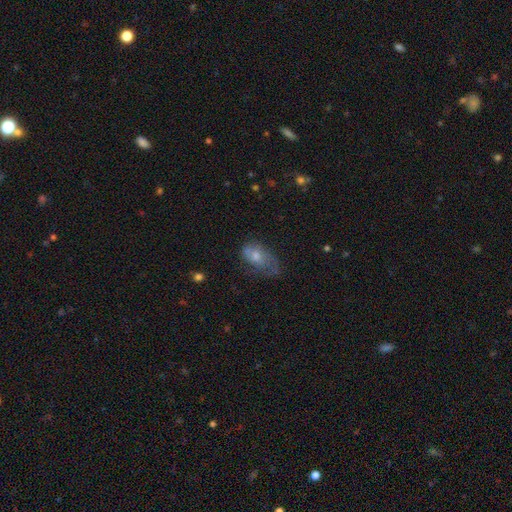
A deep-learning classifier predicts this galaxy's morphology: A featured or disk galaxy (46%).

Vote fractions:
- Smooth or featured? featured or disk: 46% / smooth: 41% / star or artifact: 13%
- Merging? none: 49% / minor disturbance: 29% / major disturbance: 20% / merger: 3%